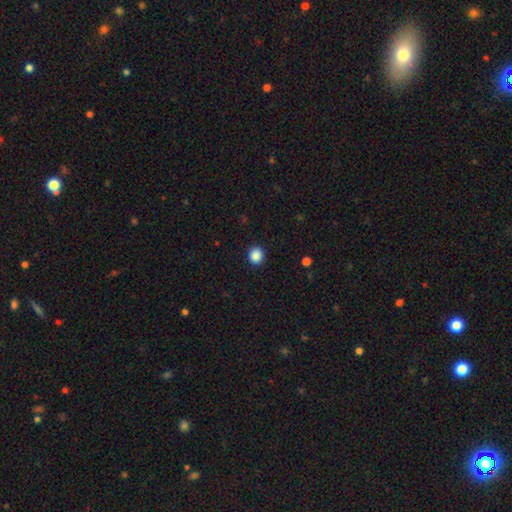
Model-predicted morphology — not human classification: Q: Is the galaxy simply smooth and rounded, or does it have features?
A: smooth — 88%.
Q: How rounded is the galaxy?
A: round — 88%.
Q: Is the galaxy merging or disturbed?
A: none — 92%.